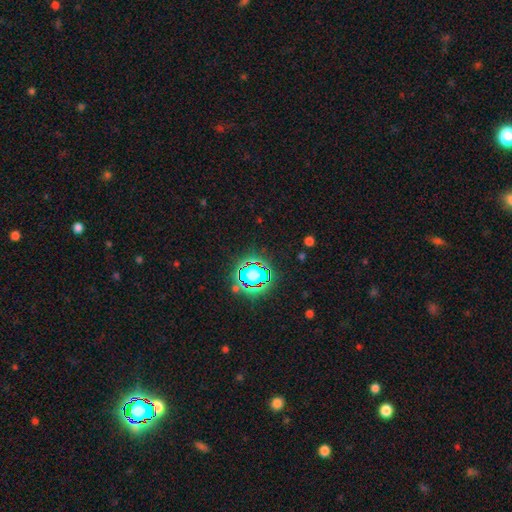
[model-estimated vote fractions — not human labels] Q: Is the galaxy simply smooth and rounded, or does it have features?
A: star or artifact — 82%.